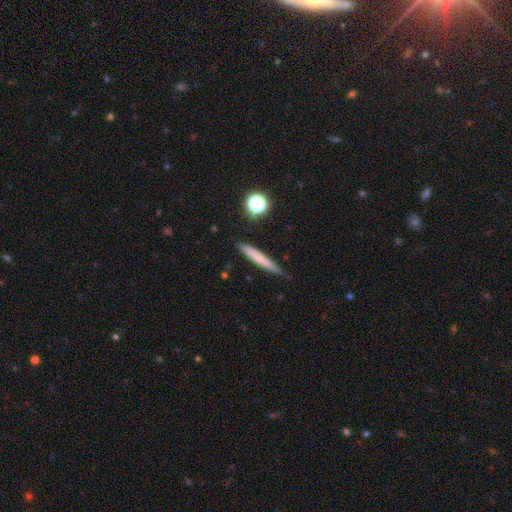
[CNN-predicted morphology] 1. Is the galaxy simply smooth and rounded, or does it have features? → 67% smooth, 25% featured or disk, 8% star or artifact.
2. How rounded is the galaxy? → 93% cigar-shaped, 5% in between, 2% round.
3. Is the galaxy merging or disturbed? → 79% none, 16% minor disturbance, 3% major disturbance, 2% merger.